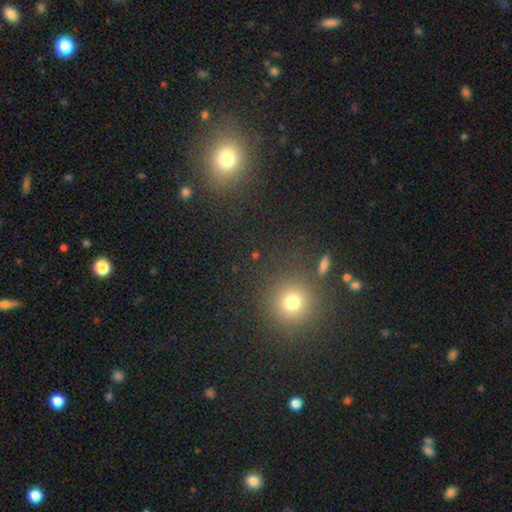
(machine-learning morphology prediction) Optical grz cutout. It shows a smooth galaxy with no disk features (58%) that is round (89%). Merging: none (84%).